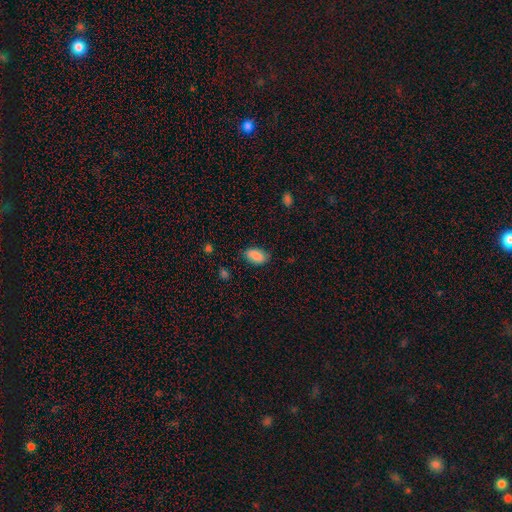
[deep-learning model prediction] Smooth or featured: smooth — 88% (star or artifact — 7%)
How rounded: in between — 92% (round — 5%)
Merging: none — 79% (minor disturbance — 16%)